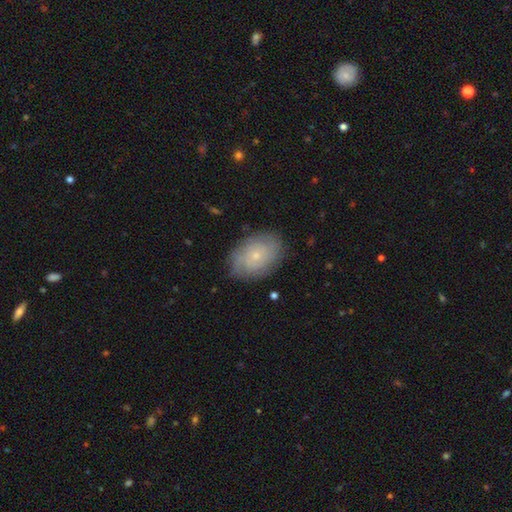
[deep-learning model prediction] smooth-or-featured: featured or disk: 48% | smooth: 44% | star or artifact: 8%
  merging: none: 80% | minor disturbance: 14% | major disturbance: 4% | merger: 1%